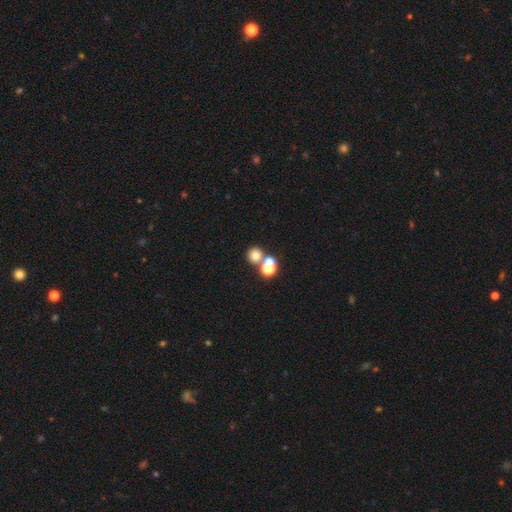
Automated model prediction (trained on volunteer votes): A smooth galaxy with no disk features (70%) that is round (87%). Merging: none (52%).